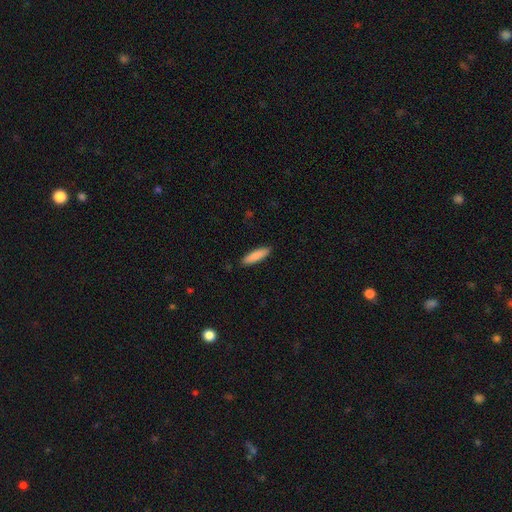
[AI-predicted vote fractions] Smooth or featured: smooth — 87% (featured or disk — 7%)
How rounded: cigar-shaped — 70% (in between — 28%)
Merging: none — 89% (minor disturbance — 8%)